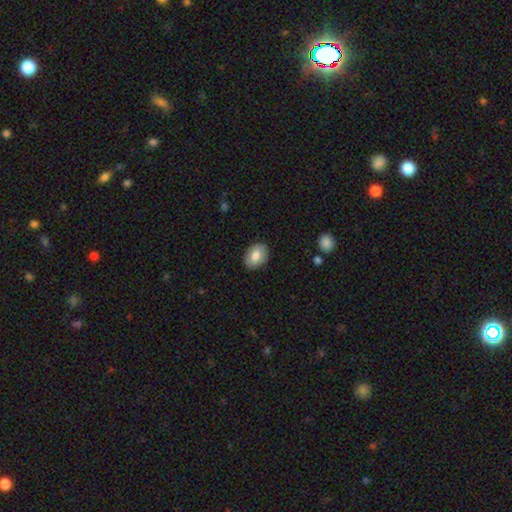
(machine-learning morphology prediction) smooth-or-featured: smooth: 81% | featured or disk: 12% | star or artifact: 7%
  how-rounded: in between: 79% | round: 20% | cigar-shaped: 1%
  merging: none: 88% | minor disturbance: 9% | major disturbance: 2% | merger: 1%